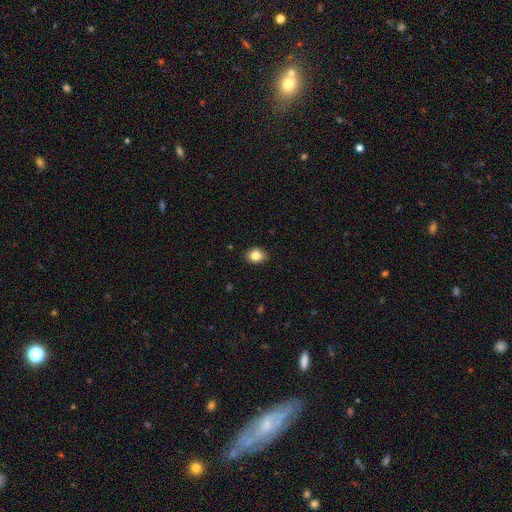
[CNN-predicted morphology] smooth-or-featured: smooth: 84% | star or artifact: 9% | featured or disk: 7%
  how-rounded: in between: 58% | round: 41% | cigar-shaped: 1%
  merging: none: 86% | minor disturbance: 11% | major disturbance: 2% | merger: 1%